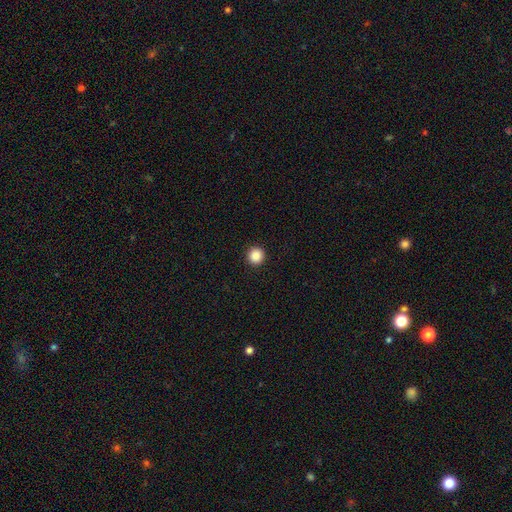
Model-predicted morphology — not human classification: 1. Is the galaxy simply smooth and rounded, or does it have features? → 88% smooth, 10% star or artifact, 3% featured or disk.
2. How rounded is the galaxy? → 96% round, 3% in between, 1% cigar-shaped.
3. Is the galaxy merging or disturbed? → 94% none, 4% minor disturbance, 2% major disturbance, 1% merger.